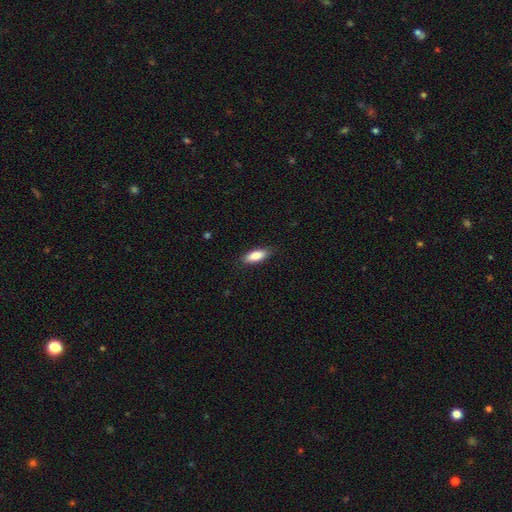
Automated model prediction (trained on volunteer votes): A smooth galaxy with no disk features (85%) that is in between round and cigar-shaped (74%).

Vote fractions:
- Smooth or featured? smooth: 85% / featured or disk: 9% / star or artifact: 6%
- How rounded? in between: 74% / cigar-shaped: 24% / round: 2%
- Merging? none: 85% / minor disturbance: 12% / major disturbance: 2% / merger: 1%